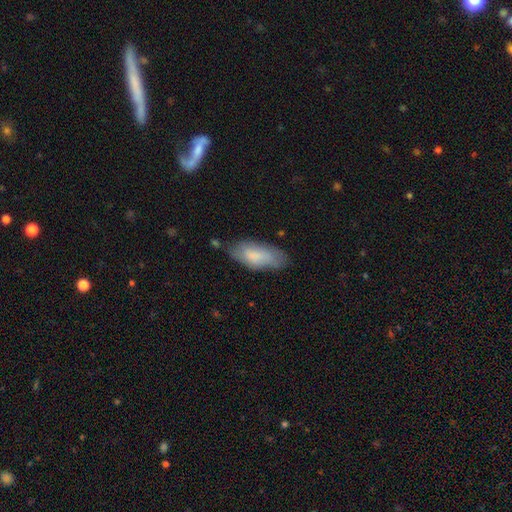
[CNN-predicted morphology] smooth 77%, featured or disk 17%, star or artifact 6%. Down the decision tree: how rounded — in between (86%); merging — none (65%).